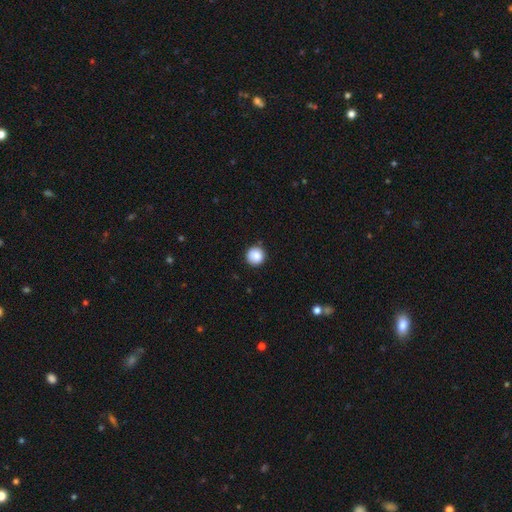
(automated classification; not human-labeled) smooth 88%, star or artifact 9%, featured or disk 3%. Down the decision tree: how rounded — round (96%); merging — none (90%).